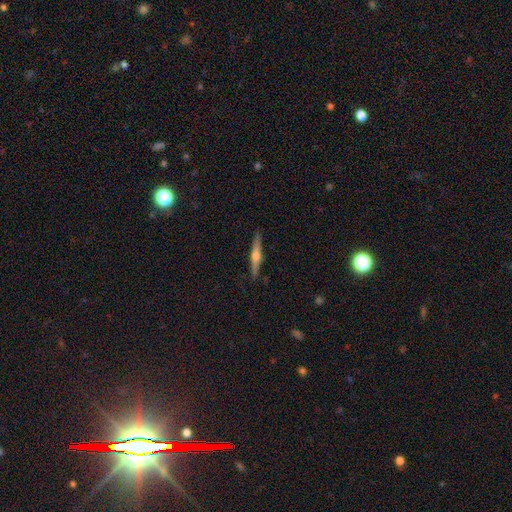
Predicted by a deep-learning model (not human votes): This appears to be a featured or disk galaxy (67%) viewed edge-on (98%) with a rounded central bulge (91%). Merging: none (89%).